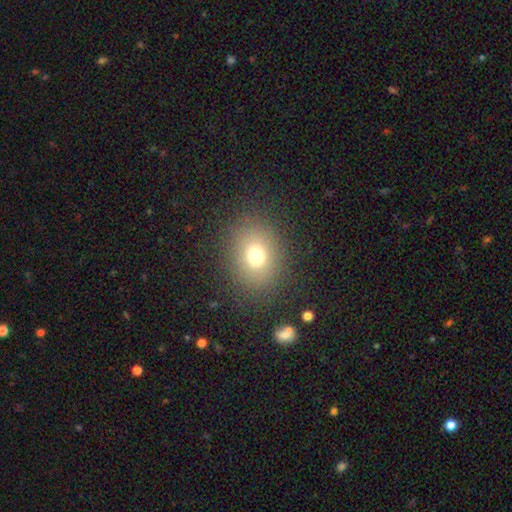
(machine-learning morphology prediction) Overall: smooth (71%). How rounded: round (60%; in between 39%). Merging: none (84%).